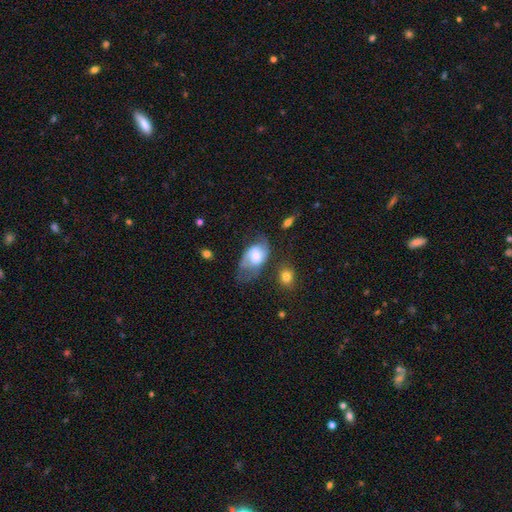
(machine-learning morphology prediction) Overall: featured or disk (53%; smooth 39%). Edge-on disk: no (95%). Bar: no (52%; weak 38%). Spiral arms: yes (77%). Bulge size: moderate (45%; small 31%). Merging: none (38%; minor disturbance 29%).